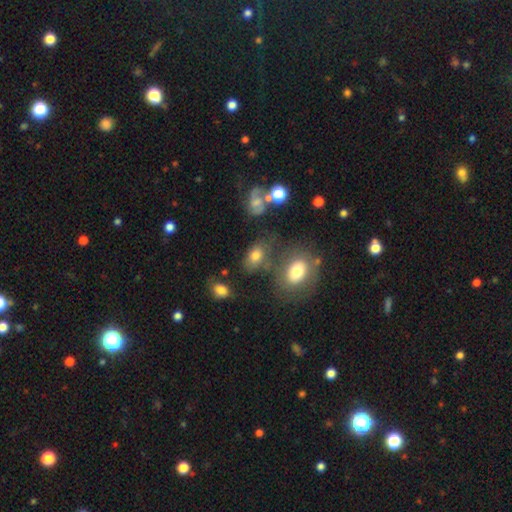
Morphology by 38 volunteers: Overall: smooth (68%). How rounded: in between (85%). Merging: none (54%; minor disturbance 26%).